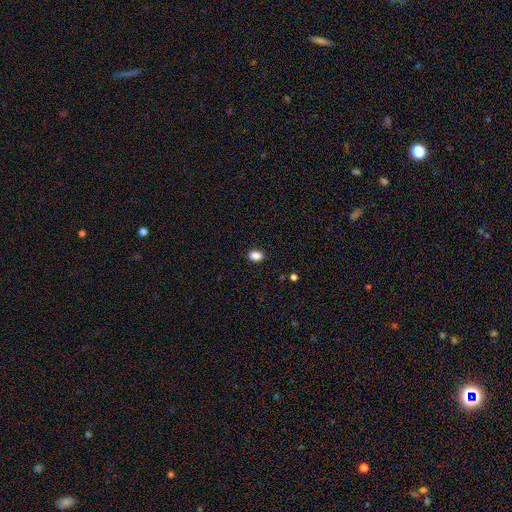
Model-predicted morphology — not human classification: Overall: smooth (87%). How rounded: in between (82%). Merging: none (89%).